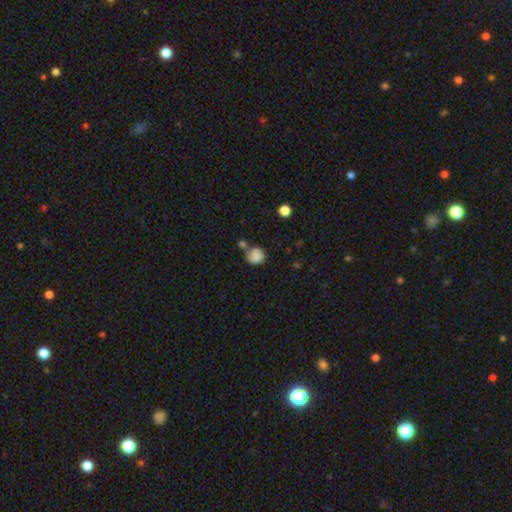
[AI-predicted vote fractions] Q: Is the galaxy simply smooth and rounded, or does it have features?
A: smooth — 82%.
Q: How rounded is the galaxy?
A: round — 84%.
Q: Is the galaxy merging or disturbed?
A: none — 46%.